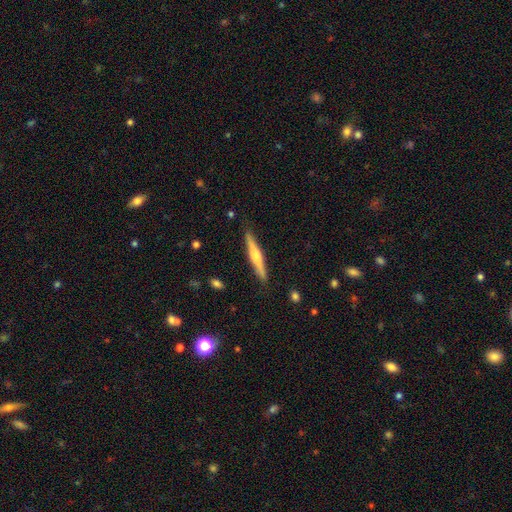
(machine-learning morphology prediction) This appears to be a featured or disk galaxy (57%) viewed edge-on (97%) with a rounded central bulge (80%). Merging: none (88%).